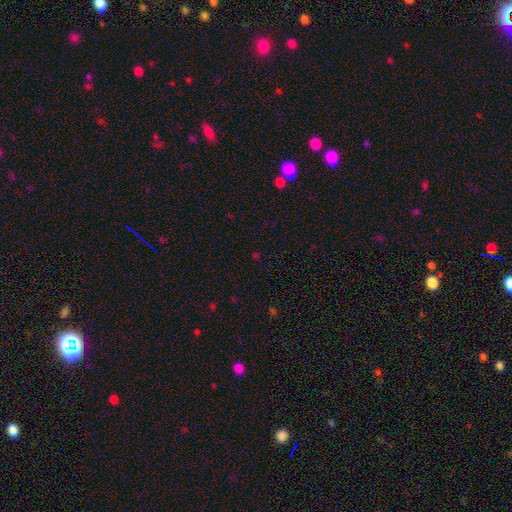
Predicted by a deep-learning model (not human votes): Smooth or featured? Predicted: star or artifact (p=0.60).